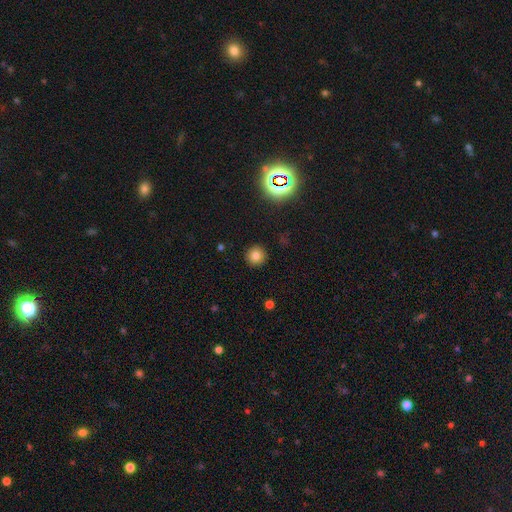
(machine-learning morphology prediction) smooth-or-featured: smooth: 79% | star or artifact: 15% | featured or disk: 7%
  how-rounded: round: 94% | in between: 5% | cigar-shaped: 1%
  merging: none: 92% | minor disturbance: 5% | major disturbance: 2% | merger: 1%